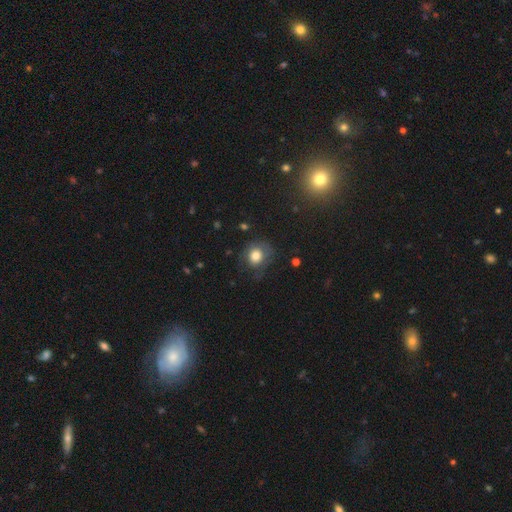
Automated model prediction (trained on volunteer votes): A smooth galaxy with no disk features (74%) that is round (74%).

Vote fractions:
- Smooth or featured? smooth: 74% / featured or disk: 16% / star or artifact: 10%
- How rounded? round: 74% / in between: 25% / cigar-shaped: 1%
- Merging? none: 60% / minor disturbance: 23% / major disturbance: 14% / merger: 2%